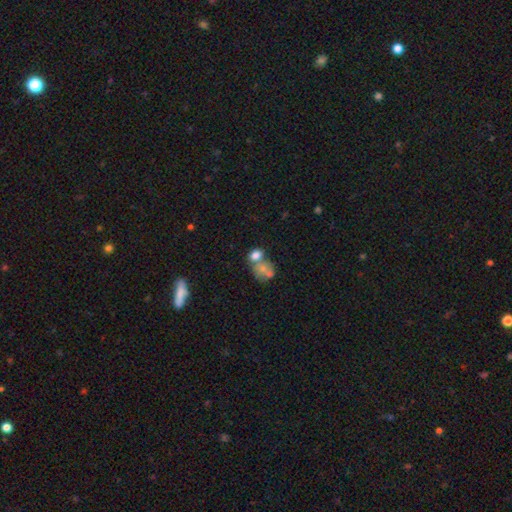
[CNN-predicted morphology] This is likely a smooth galaxy (71%). How rounded: possibly in between (59%). Merging: possibly merger (50%).